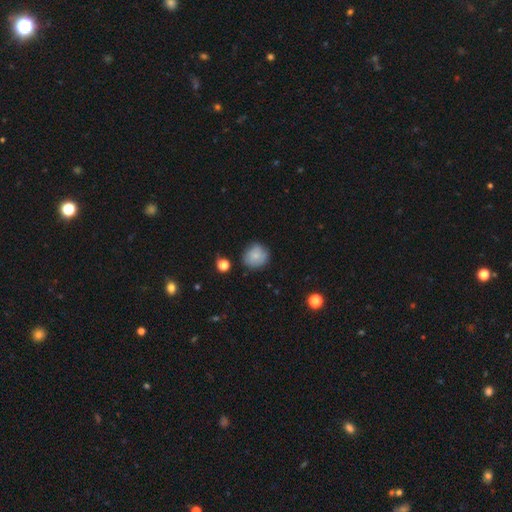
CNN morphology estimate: Overall: smooth (75%). How rounded: round (83%). Merging: none (75%).